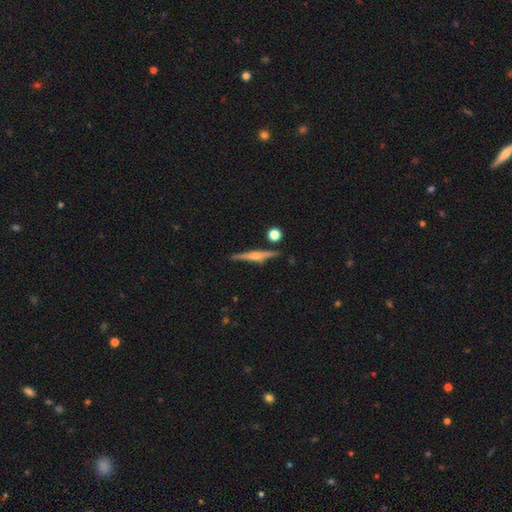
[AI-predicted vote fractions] This appears to be a featured or disk galaxy (71%) viewed edge-on (98%) with a rounded central bulge (75%). Merging: none (86%).